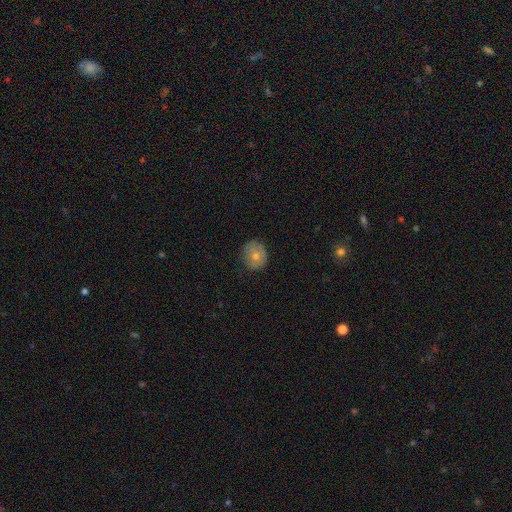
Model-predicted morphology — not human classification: This is likely a smooth galaxy (70%). How rounded: likely round (72%). Merging: likely none (79%).